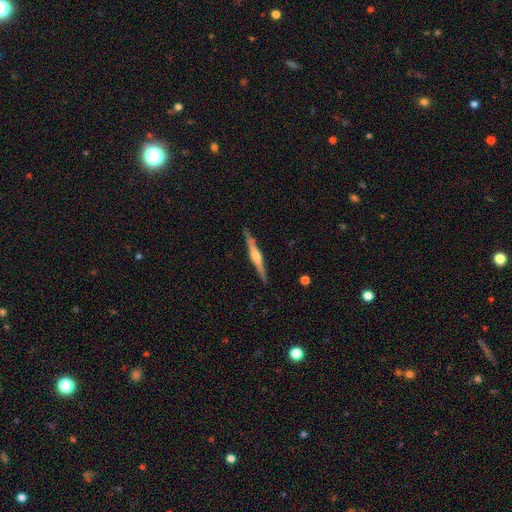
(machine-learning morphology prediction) Q: Smooth or featured?
A: featured or disk (76%); runner-up: smooth (18%)
Q: Edge-on disk?
A: yes (98%); runner-up: no (2%)
Q: Edge-on bulge?
A: rounded (82%); runner-up: boxy (11%)
Q: Merging?
A: none (90%); runner-up: minor disturbance (7%)